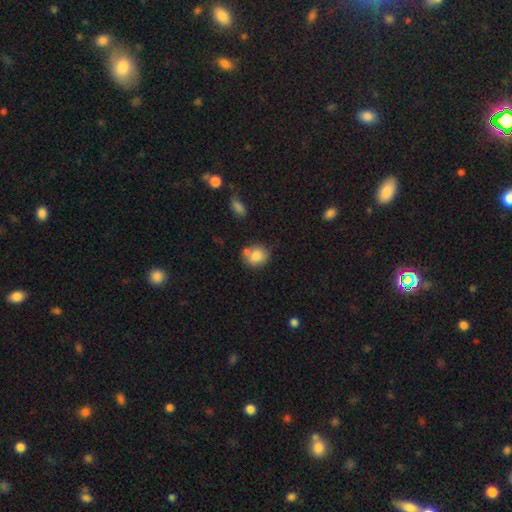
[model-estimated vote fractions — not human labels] smooth 80%, featured or disk 11%, star or artifact 9%. Down the decision tree: how rounded — round (64%); merging — none (56%).